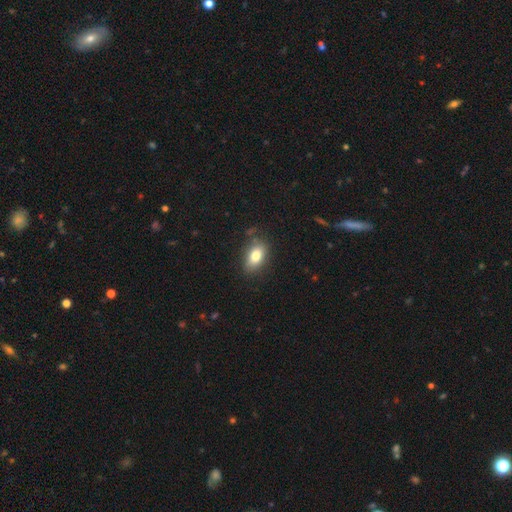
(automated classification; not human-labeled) Smooth or featured? Predicted: smooth (p=0.79). How rounded? Predicted: in between (p=0.86). Merging? Predicted: none (p=0.78).